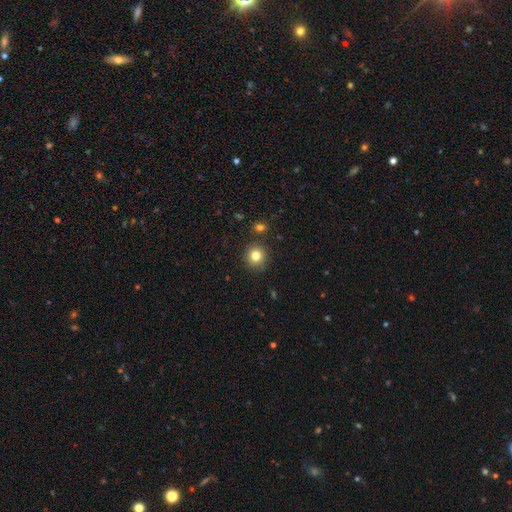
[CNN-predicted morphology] This is clearly a smooth galaxy (81%). How rounded: clearly round (92%). Merging: clearly none (88%).